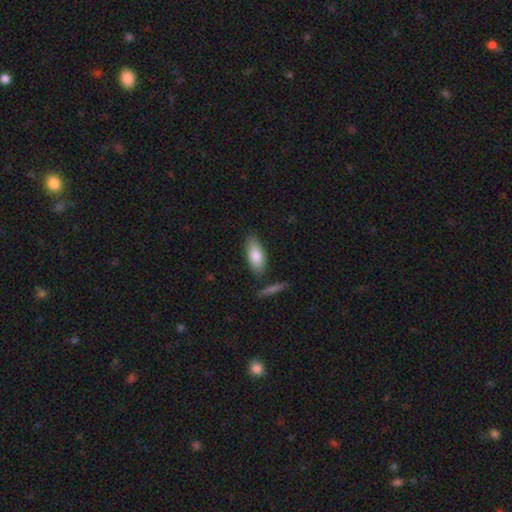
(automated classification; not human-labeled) A smooth galaxy with no disk features (82%) that is in between round and cigar-shaped (79%).

Vote fractions:
- Smooth or featured? smooth: 82% / featured or disk: 12% / star or artifact: 6%
- How rounded? in between: 79% / cigar-shaped: 19% / round: 2%
- Merging? none: 78% / minor disturbance: 14% / merger: 5% / major disturbance: 3%